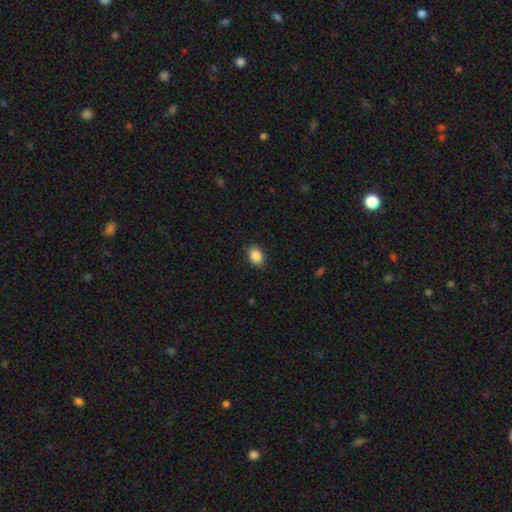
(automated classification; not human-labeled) smooth-or-featured: smooth: 87% | star or artifact: 8% | featured or disk: 5%
  how-rounded: in between: 79% | round: 20% | cigar-shaped: 1%
  merging: none: 85% | minor disturbance: 12% | major disturbance: 2% | merger: 1%